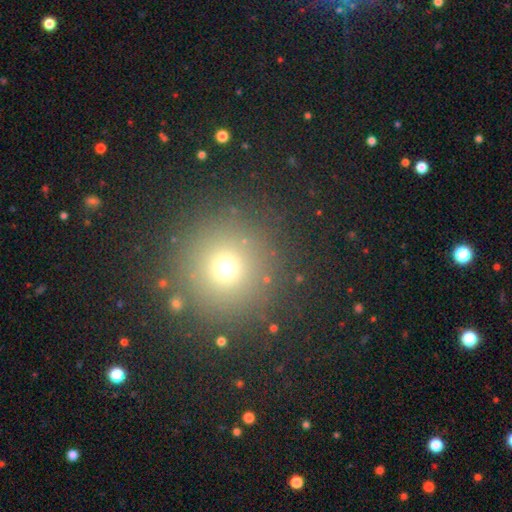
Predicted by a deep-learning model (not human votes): smooth-or-featured: smooth: 61% | star or artifact: 31% | featured or disk: 7%
  how-rounded: round: 95% | in between: 3% | cigar-shaped: 1%
  merging: none: 90% | minor disturbance: 5% | major disturbance: 3% | merger: 2%